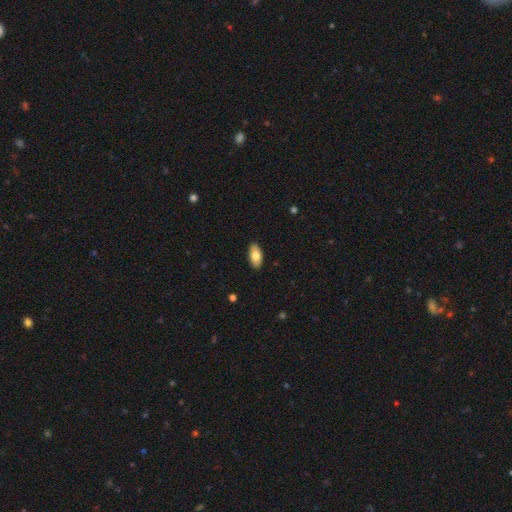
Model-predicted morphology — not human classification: Q: Smooth or featured?
A: smooth (79%); runner-up: featured or disk (15%)
Q: How rounded?
A: in between (92%); runner-up: cigar-shaped (5%)
Q: Merging?
A: none (89%); runner-up: minor disturbance (8%)